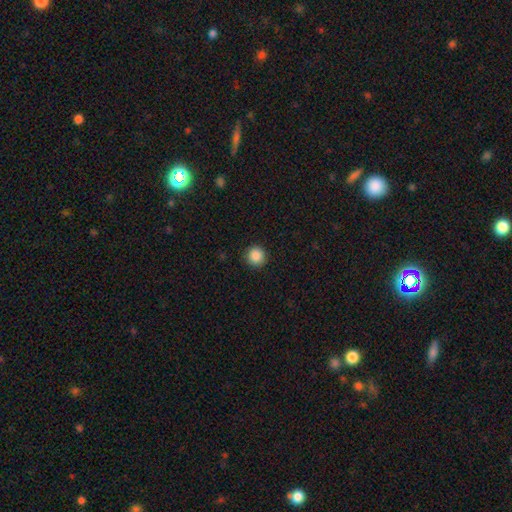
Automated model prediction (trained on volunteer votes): smooth-or-featured: smooth: 88% | star or artifact: 10% | featured or disk: 3%
  how-rounded: round: 95% | in between: 4% | cigar-shaped: 1%
  merging: none: 92% | minor disturbance: 5% | major disturbance: 2% | merger: 1%